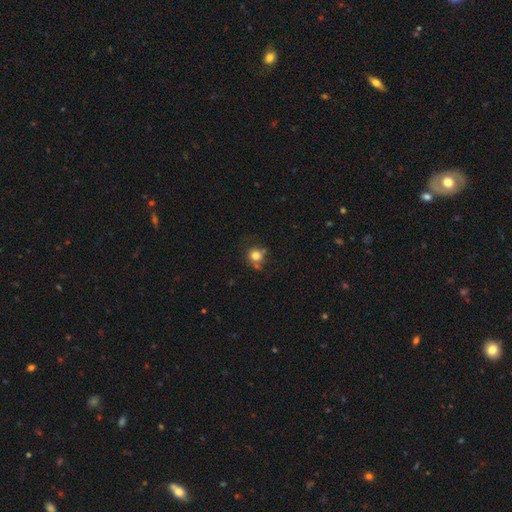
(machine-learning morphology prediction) Smooth or featured? Predicted: smooth (p=0.79). How rounded? Predicted: round (p=0.87). Merging? Predicted: none (p=0.64).